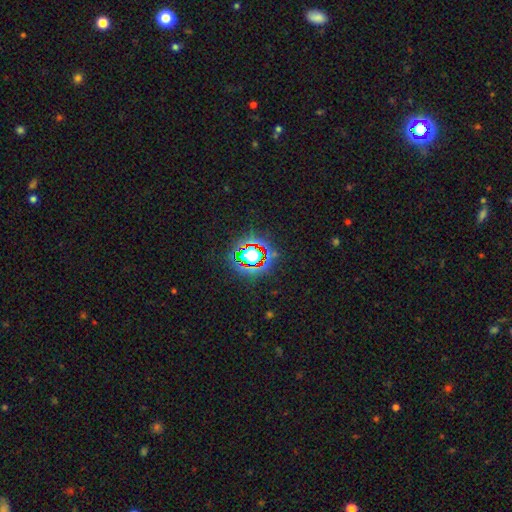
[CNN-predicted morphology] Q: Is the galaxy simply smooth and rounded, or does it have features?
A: star or artifact — 69%.